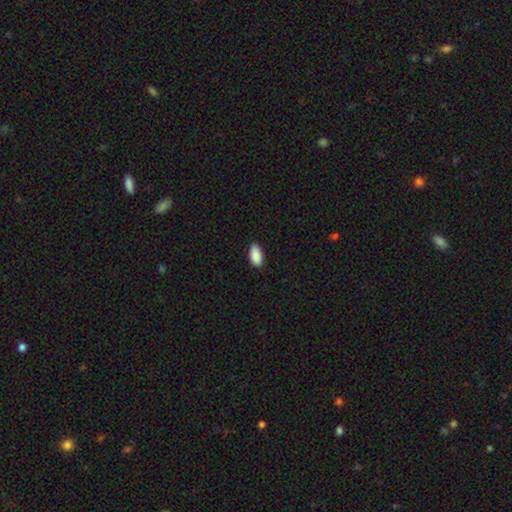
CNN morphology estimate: Overall: smooth (91%). How rounded: in between (94%). Merging: none (88%).